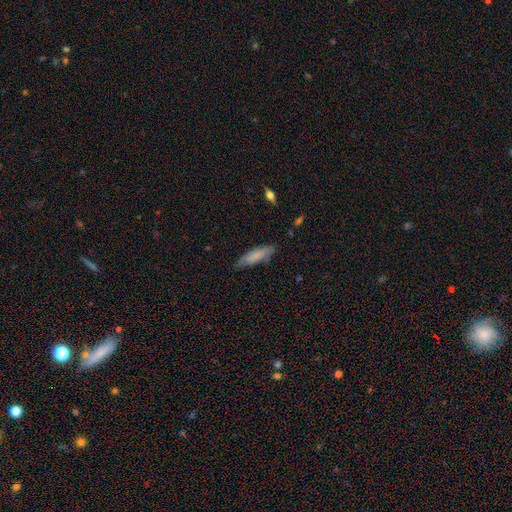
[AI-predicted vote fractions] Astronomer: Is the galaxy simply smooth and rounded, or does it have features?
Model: smooth — 76%.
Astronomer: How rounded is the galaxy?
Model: cigar-shaped — 58% (runner-up: in between, 41%).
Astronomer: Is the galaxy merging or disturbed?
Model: none — 71%.